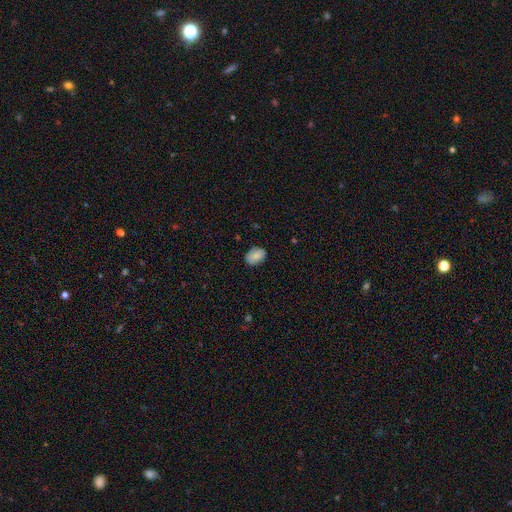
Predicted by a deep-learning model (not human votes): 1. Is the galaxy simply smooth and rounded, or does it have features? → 84% smooth, 9% featured or disk, 8% star or artifact.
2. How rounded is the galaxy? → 75% in between, 24% round, 1% cigar-shaped.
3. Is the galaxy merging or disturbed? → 78% none, 17% minor disturbance, 3% major disturbance, 1% merger.